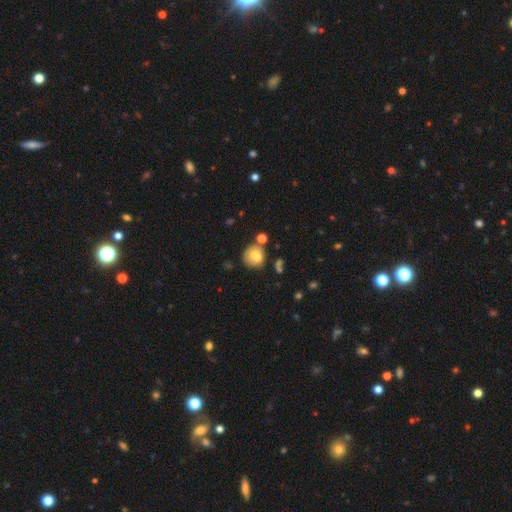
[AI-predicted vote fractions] This appears to be a smooth galaxy with no disk features (77%) that is round (80%). Merging: none (62%).